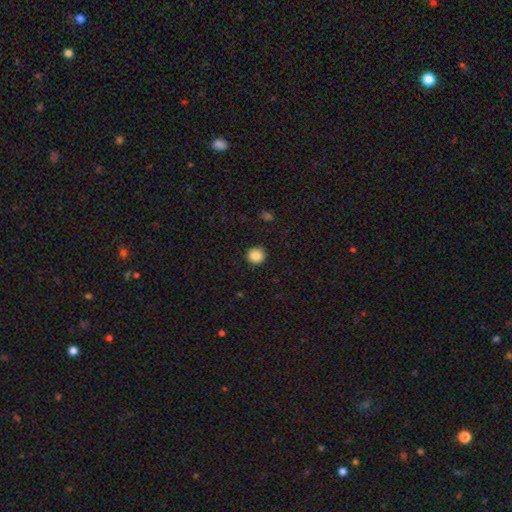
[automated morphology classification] Smooth or featured: smooth — 87% (star or artifact — 9%)
How rounded: round — 94% (in between — 5%)
Merging: none — 91% (minor disturbance — 6%)